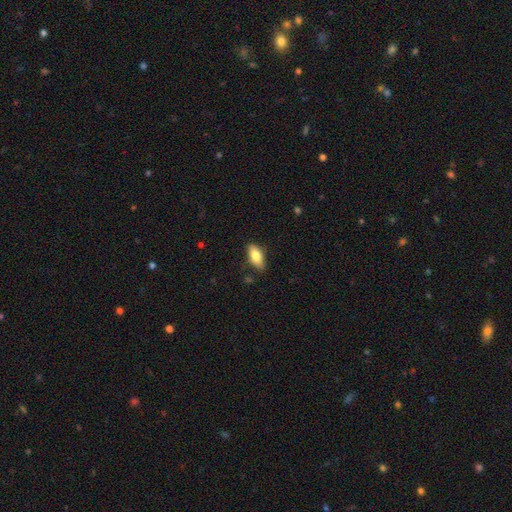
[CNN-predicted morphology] Smooth or featured? smooth (79%)
How rounded? in between (85%)
Merging? none (80%)